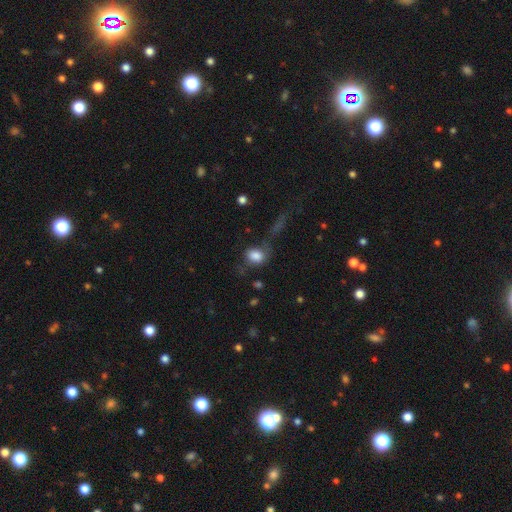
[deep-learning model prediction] The model was most divided on "merging": none: 40%, major disturbance: 29%, minor disturbance: 23%, merger: 9%. More confident: smooth or featured — smooth (78%); how rounded — in between (57%).